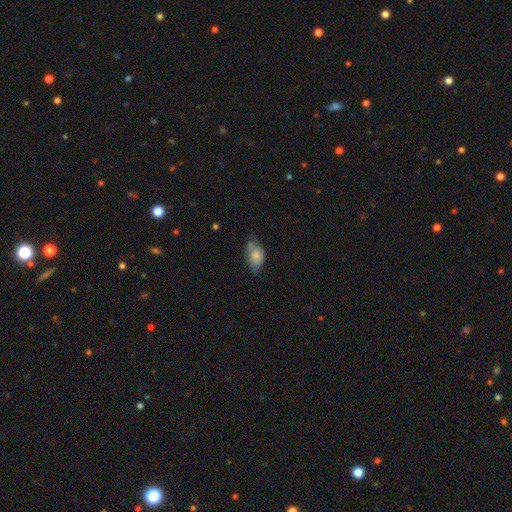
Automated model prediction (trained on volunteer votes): smooth_or_featured: smooth (p=0.75) [alt: featured or disk p=0.18]
how_rounded: in between (p=0.90) [alt: round p=0.07]
merging: none (p=0.44) [alt: minor disturbance p=0.39]